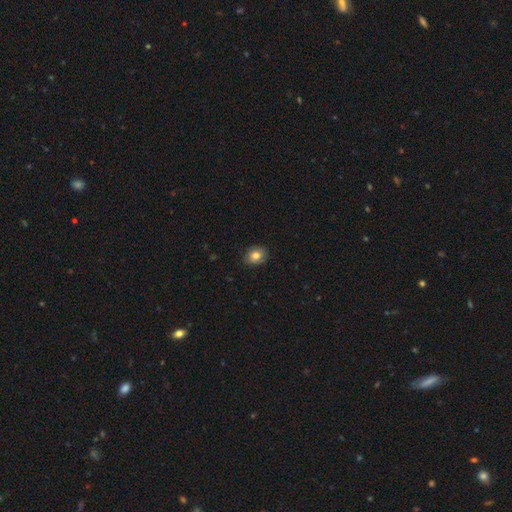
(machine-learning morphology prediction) Smooth or featured: smooth — 79% (featured or disk — 11%)
How rounded: round — 51% (in between — 48%)
Merging: none — 86% (minor disturbance — 11%)